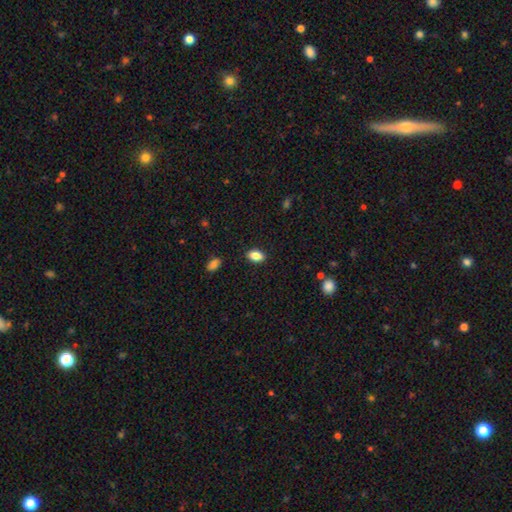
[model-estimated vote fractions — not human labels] smooth 86%, star or artifact 9%, featured or disk 5%. Down the decision tree: how rounded — in between (89%); merging — none (89%).